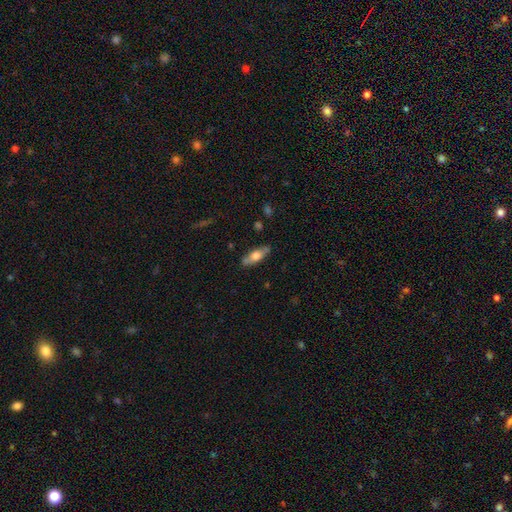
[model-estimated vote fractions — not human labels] Smooth or featured? smooth (57%)
How rounded? in between (58%)
Merging? none (80%)